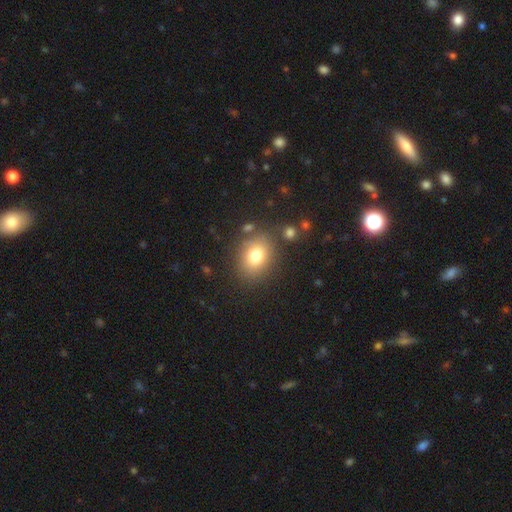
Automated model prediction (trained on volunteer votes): Smooth or featured: smooth — 78% (featured or disk — 11%)
How rounded: in between — 56% (round — 43%)
Merging: none — 79% (minor disturbance — 12%)